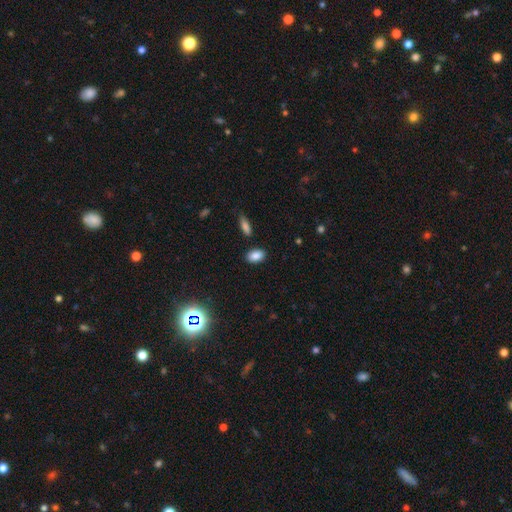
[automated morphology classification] Q: Smooth or featured?
A: smooth (86%); runner-up: star or artifact (9%)
Q: How rounded?
A: in between (88%); runner-up: round (10%)
Q: Merging?
A: none (86%); runner-up: minor disturbance (9%)